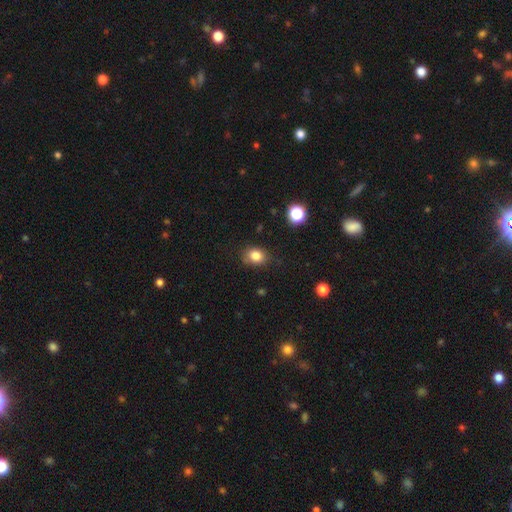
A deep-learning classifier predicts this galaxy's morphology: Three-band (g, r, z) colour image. It shows a smooth galaxy with no disk features (83%) that is round (52%). Merging: none (76%).